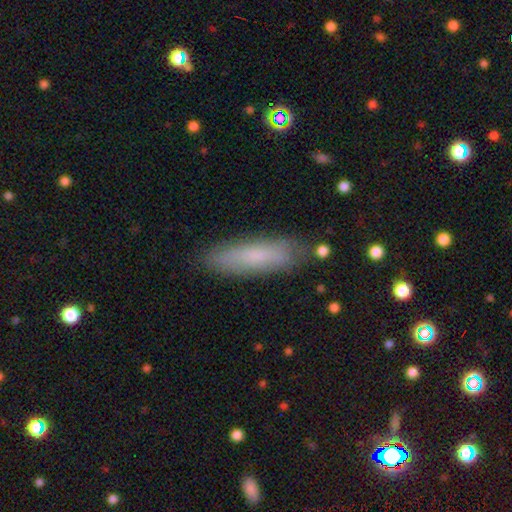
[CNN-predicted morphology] smooth 74%, featured or disk 19%, star or artifact 7%. Down the decision tree: how rounded — cigar-shaped (64%); merging — none (83%).